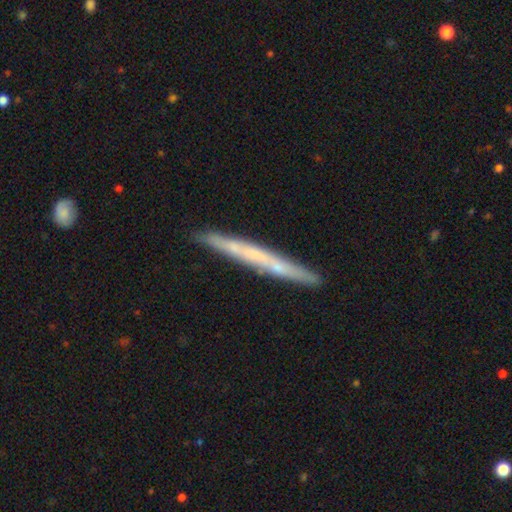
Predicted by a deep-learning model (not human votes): The model was most divided on "smooth or featured": featured or disk: 56%, smooth: 38%, star or artifact: 6%. More confident: edge-on disk — yes (94%); merging — none (88%); edge-on bulge — none (81%).